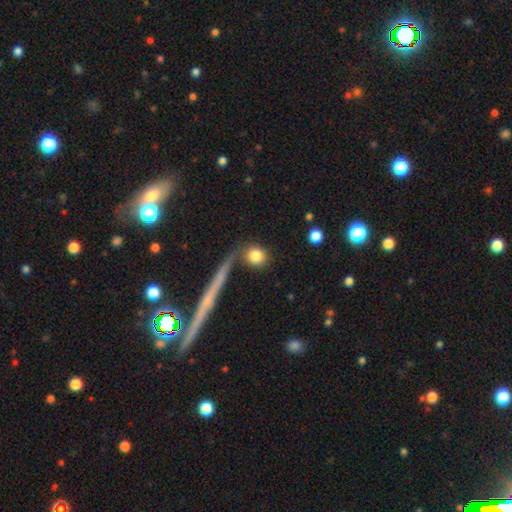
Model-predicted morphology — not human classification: The model was most divided on "merging": none: 72%, merger: 12%, minor disturbance: 11%, major disturbance: 5%. More confident: smooth or featured — smooth (83%); how rounded — round (79%).